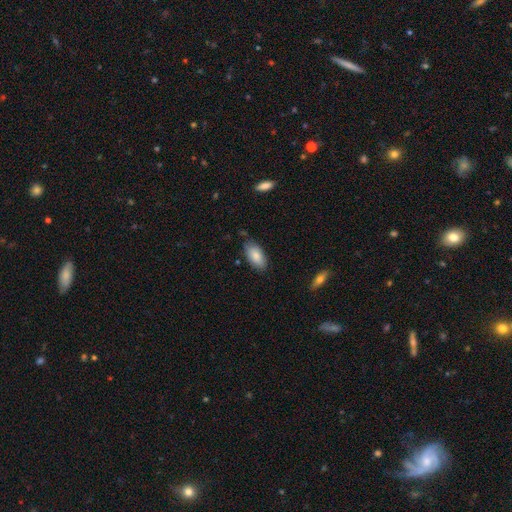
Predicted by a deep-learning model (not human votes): Smooth or featured? Predicted: smooth (p=0.84). How rounded? Predicted: in between (p=0.92). Merging? Predicted: none (p=0.78).